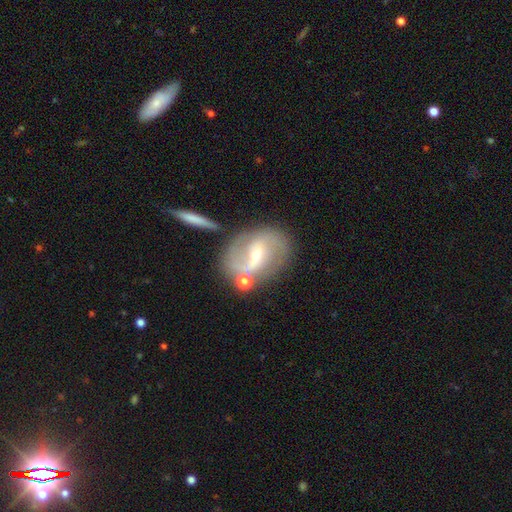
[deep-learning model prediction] smooth_or_featured: featured or disk (p=0.77) [alt: smooth p=0.16]
disk_edge_on: no (p=0.96) [alt: yes p=0.04]
bar: weak (p=0.47) [alt: strong p=0.36]
has_spiral_arms: yes (p=0.88) [alt: no p=0.12]
spiral_winding: loose (p=0.42) [tied with: medium p=0.42]
spiral_arm_count: 2 (p=0.84) [alt: can't tell p=0.08]
bulge_size: small (p=0.54) [alt: moderate p=0.38]
merging: none (p=0.66) [alt: minor disturbance p=0.16]